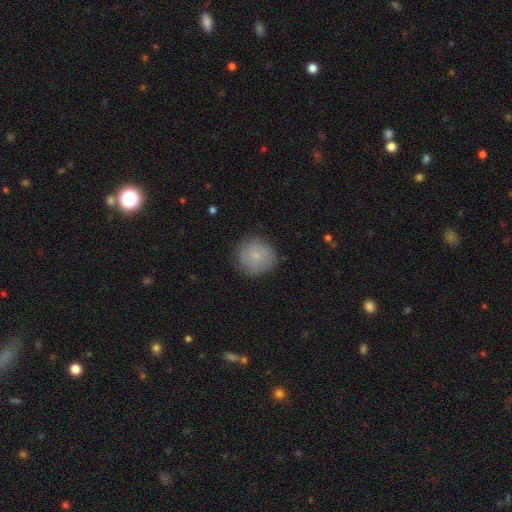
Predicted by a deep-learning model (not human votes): Overall: smooth (71%). How rounded: round (91%). Merging: none (80%).